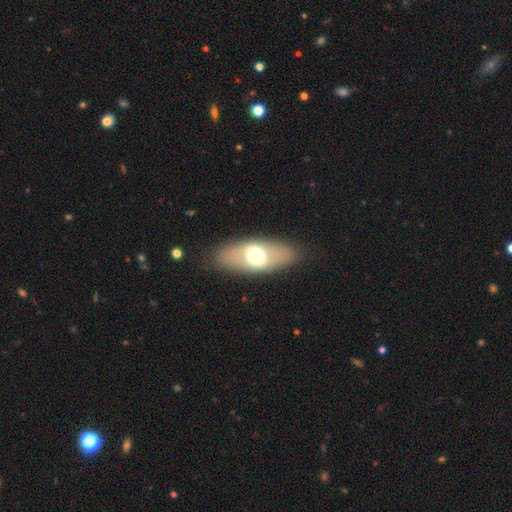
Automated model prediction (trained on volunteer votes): Morphology: type=smooth (59%); roundness=in between (82%); merging=none (84%).